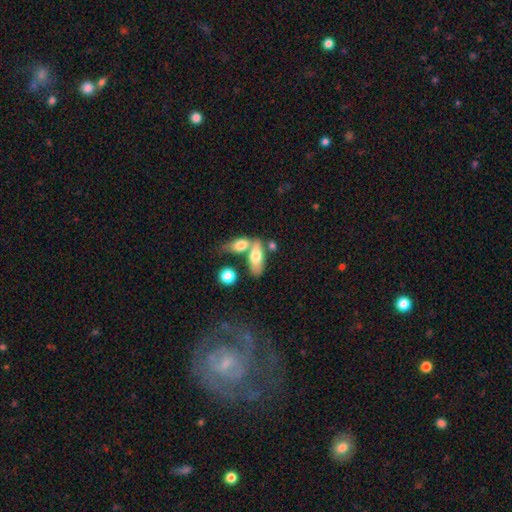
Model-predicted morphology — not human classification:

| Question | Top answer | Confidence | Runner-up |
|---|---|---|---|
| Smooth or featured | smooth | 68% | featured or disk (25%) |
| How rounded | in between | 75% | cigar-shaped (21%) |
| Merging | merger | 47% | none (38%) |